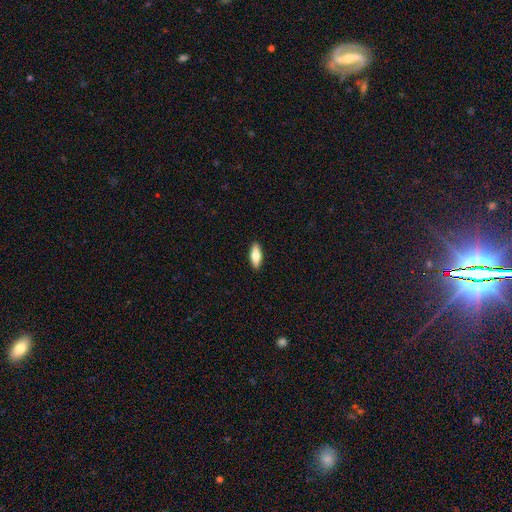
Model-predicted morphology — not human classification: Q: Smooth or featured?
A: smooth (70%); runner-up: featured or disk (24%)
Q: How rounded?
A: in between (70%); runner-up: cigar-shaped (28%)
Q: Merging?
A: none (91%); runner-up: minor disturbance (7%)